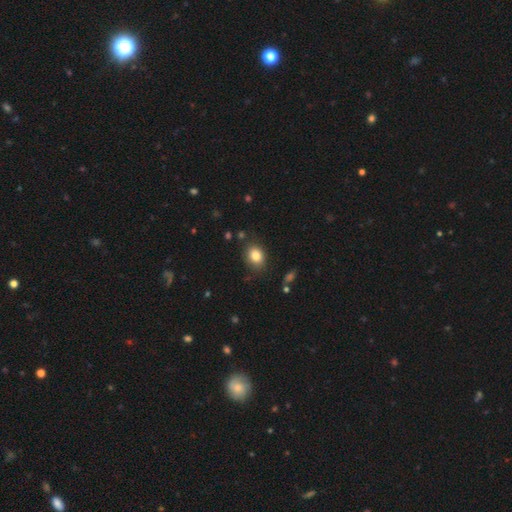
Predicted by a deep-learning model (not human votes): smooth-or-featured: smooth: 83% | star or artifact: 10% | featured or disk: 7%
  how-rounded: in between: 54% | round: 45% | cigar-shaped: 1%
  merging: none: 82% | minor disturbance: 13% | major disturbance: 3% | merger: 2%